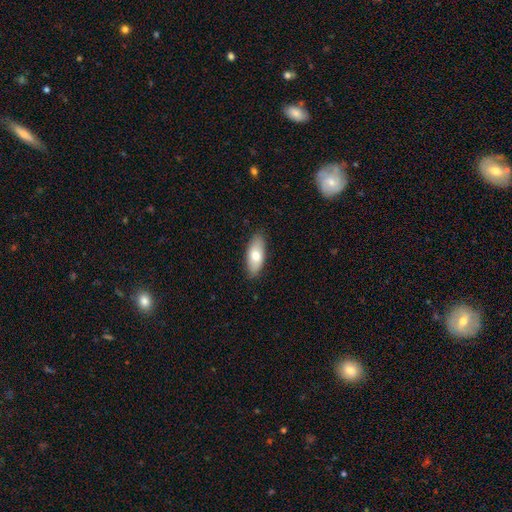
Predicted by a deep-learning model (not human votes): A smooth galaxy with no disk features (73%) that is in between round and cigar-shaped (82%).

Vote fractions:
- Smooth or featured? smooth: 73% / featured or disk: 21% / star or artifact: 6%
- How rounded? in between: 82% / cigar-shaped: 15% / round: 3%
- Merging? none: 86% / minor disturbance: 11% / major disturbance: 2% / merger: 1%